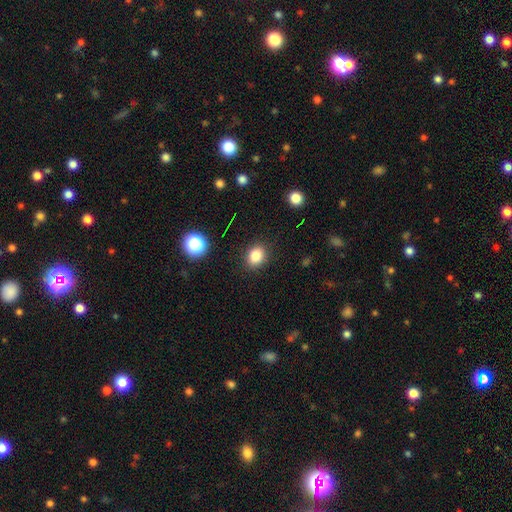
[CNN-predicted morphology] Smooth or featured: smooth — 83% (star or artifact — 12%)
How rounded: round — 52% (in between — 47%)
Merging: none — 88% (minor disturbance — 8%)